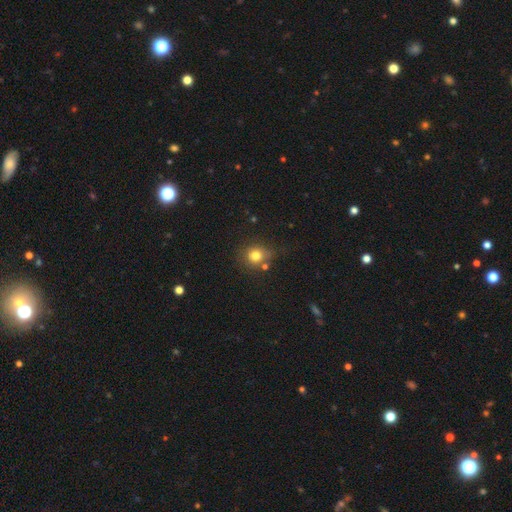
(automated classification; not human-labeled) Smooth or featured: smooth — 79% (star or artifact — 12%)
How rounded: round — 81% (in between — 18%)
Merging: none — 68% (minor disturbance — 17%)